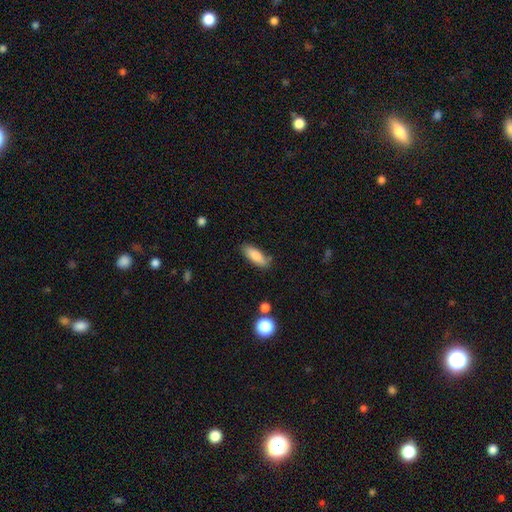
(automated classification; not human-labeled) smooth-or-featured: smooth: 83% | featured or disk: 10% | star or artifact: 7%
  how-rounded: in between: 67% | cigar-shaped: 31% | round: 2%
  merging: none: 79% | minor disturbance: 15% | major disturbance: 3% | merger: 3%